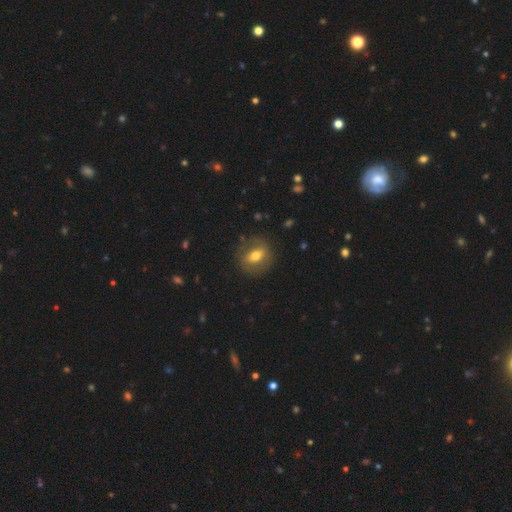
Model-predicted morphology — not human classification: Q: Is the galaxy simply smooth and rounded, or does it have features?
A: smooth — 54%.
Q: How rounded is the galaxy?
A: round — 54%.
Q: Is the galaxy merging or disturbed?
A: none — 81%.